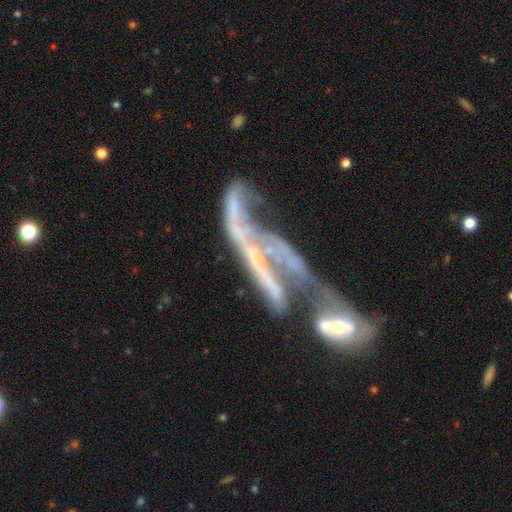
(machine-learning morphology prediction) Q: Smooth or featured?
A: featured or disk (75%); runner-up: smooth (14%)
Q: Edge-on disk?
A: no (75%); runner-up: yes (25%)
Q: Bar?
A: no (59%); runner-up: strong (22%)
Q: Spiral arms?
A: yes (57%); runner-up: no (43%)
Q: Bulge size?
A: none (54%); runner-up: small (32%)
Q: Merging?
A: merger (59%); runner-up: major disturbance (22%)